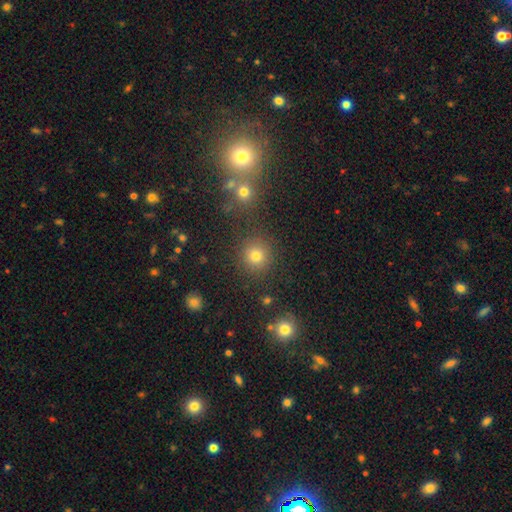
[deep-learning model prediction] Smooth or featured?
  - smooth: 76% *
  - star or artifact: 18%
  - featured or disk: 6%
How rounded?
  - round: 93% *
  - in between: 6%
  - cigar-shaped: 1%
Merging?
  - none: 88% *
  - minor disturbance: 6%
  - merger: 3%
  - major disturbance: 3%